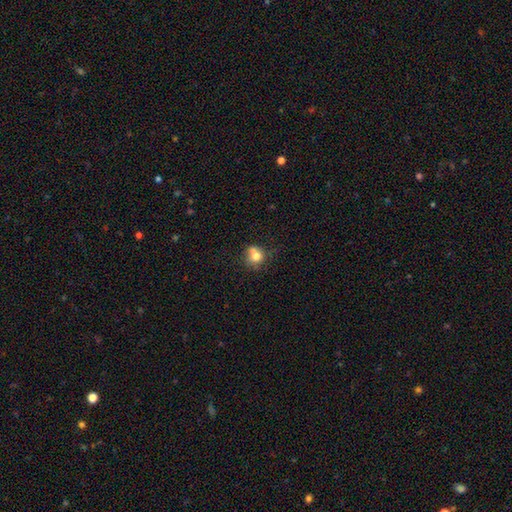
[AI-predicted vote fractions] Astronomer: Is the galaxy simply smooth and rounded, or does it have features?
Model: smooth — 73%.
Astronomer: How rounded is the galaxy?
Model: round — 78%.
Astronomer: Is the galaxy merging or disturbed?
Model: none — 47% (runner-up: merger, 30%).